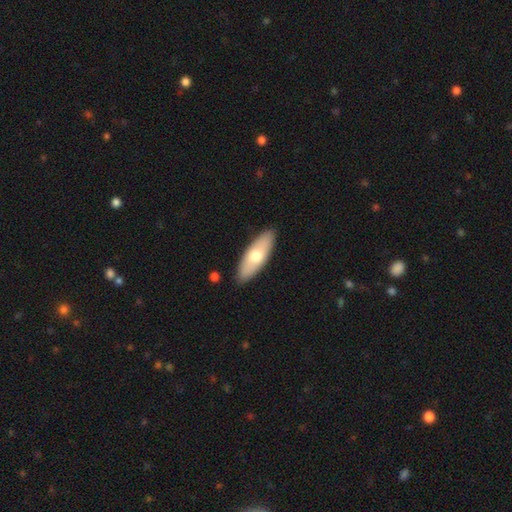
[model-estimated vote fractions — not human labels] Overall: smooth (65%; featured or disk 30%). How rounded: in between (68%; cigar-shaped 30%). Merging: none (89%).